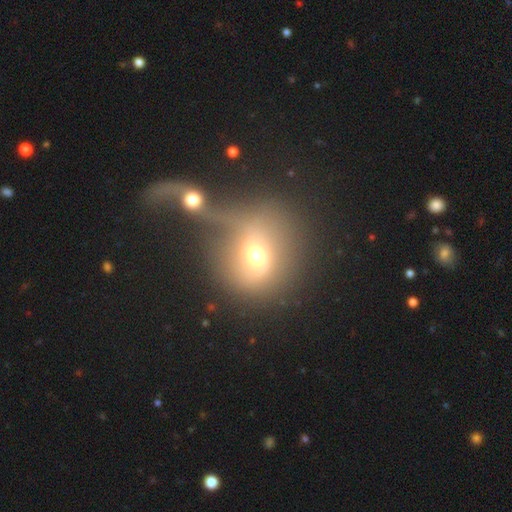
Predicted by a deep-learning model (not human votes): smooth-or-featured: smooth: 60% | featured or disk: 27% | star or artifact: 13%
  how-rounded: round: 77% | in between: 21% | cigar-shaped: 1%
  merging: merger: 45% | none: 30% | major disturbance: 14% | minor disturbance: 11%